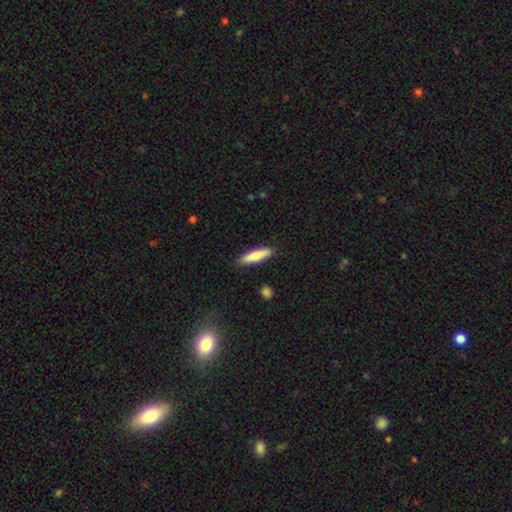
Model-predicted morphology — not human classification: Smooth or featured?
  - smooth: 75% *
  - featured or disk: 20%
  - star or artifact: 6%
How rounded?
  - cigar-shaped: 75% *
  - in between: 23%
  - round: 2%
Merging?
  - none: 87% *
  - minor disturbance: 9%
  - major disturbance: 2%
  - merger: 1%